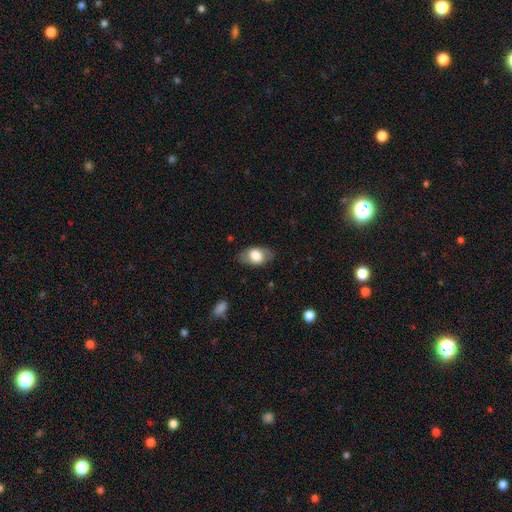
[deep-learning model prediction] smooth 66%, featured or disk 27%, star or artifact 7%. Down the decision tree: how rounded — in between (89%); merging — none (78%).